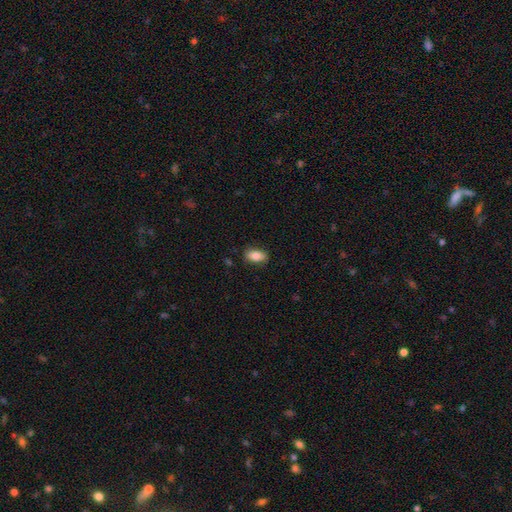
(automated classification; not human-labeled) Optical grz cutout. It shows a smooth galaxy with no disk features (83%) that is in between round and cigar-shaped (90%). Merging: none (84%).